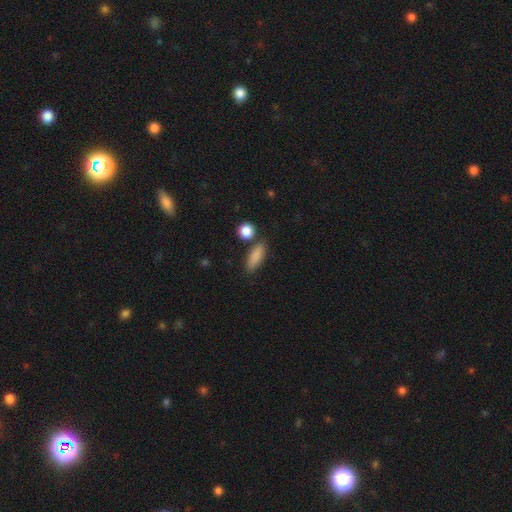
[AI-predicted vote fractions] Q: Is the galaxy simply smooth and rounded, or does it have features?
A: smooth — 86%.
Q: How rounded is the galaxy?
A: in between — 64%.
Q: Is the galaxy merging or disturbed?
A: none — 74%.